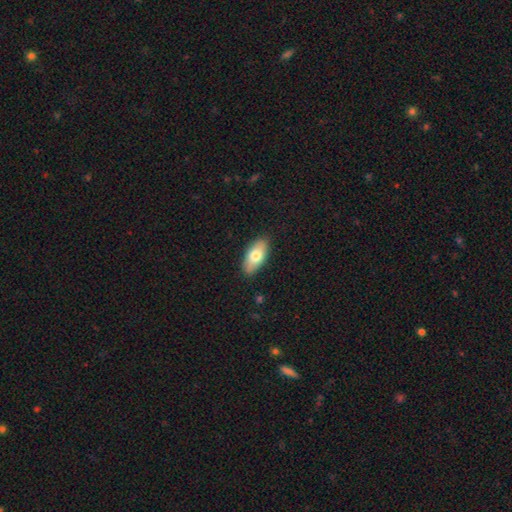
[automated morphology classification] A smooth galaxy with no disk features (73%) that is in between round and cigar-shaped (89%). Merging: none (87%).